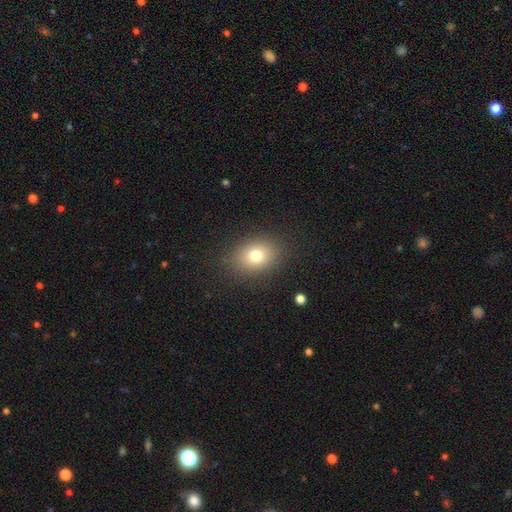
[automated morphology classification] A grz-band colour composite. It shows a smooth galaxy with no disk features (76%) that is in between round and cigar-shaped (63%). Merging: none (85%).